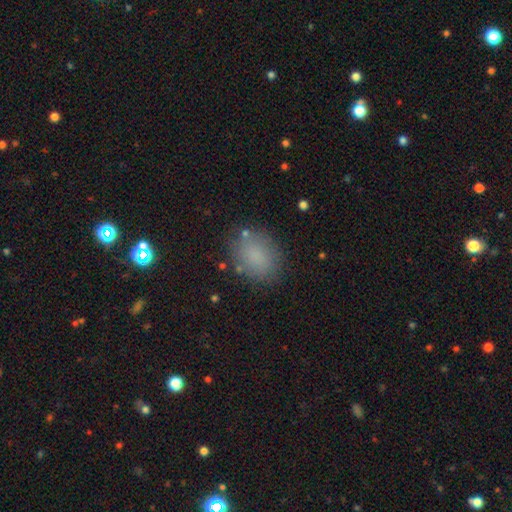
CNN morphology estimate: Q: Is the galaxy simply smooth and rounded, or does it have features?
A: smooth — 82%.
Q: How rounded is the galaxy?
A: in between — 58%.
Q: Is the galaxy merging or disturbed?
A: none — 82%.